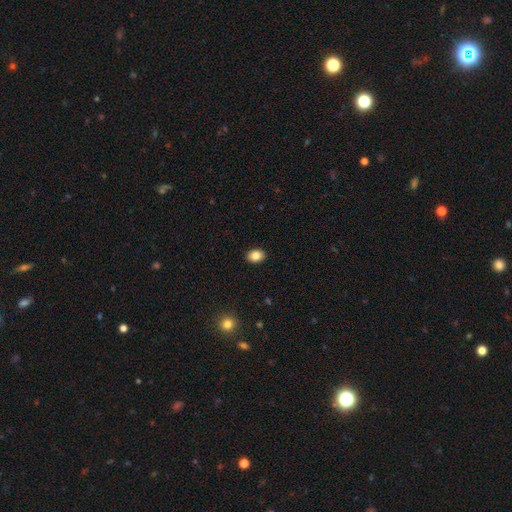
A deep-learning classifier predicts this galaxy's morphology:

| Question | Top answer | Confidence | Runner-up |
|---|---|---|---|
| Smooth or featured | smooth | 85% | star or artifact (9%) |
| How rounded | in between | 71% | round (28%) |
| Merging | none | 90% | minor disturbance (7%) |